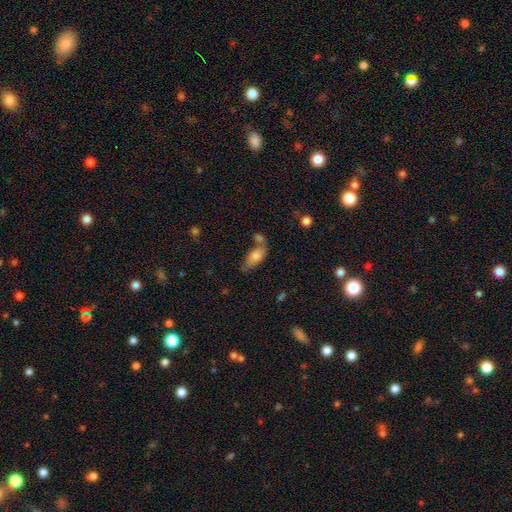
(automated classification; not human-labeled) Smooth or featured? Predicted: smooth (p=0.75). How rounded? Predicted: in between (p=0.88). Merging? Predicted: none (p=0.44).